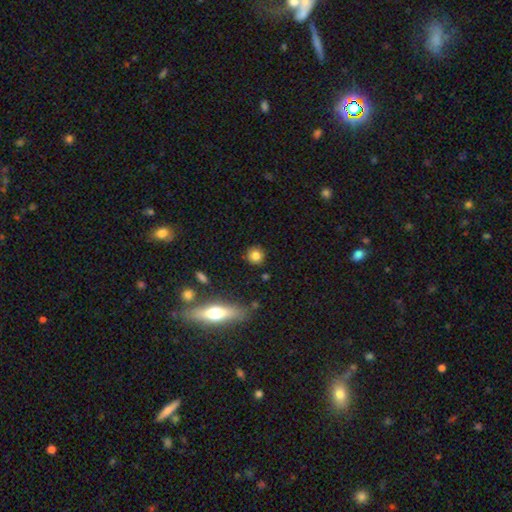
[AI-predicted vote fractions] Smooth or featured? Predicted: smooth (p=0.80). How rounded? Predicted: round (p=0.90). Merging? Predicted: none (p=0.87).